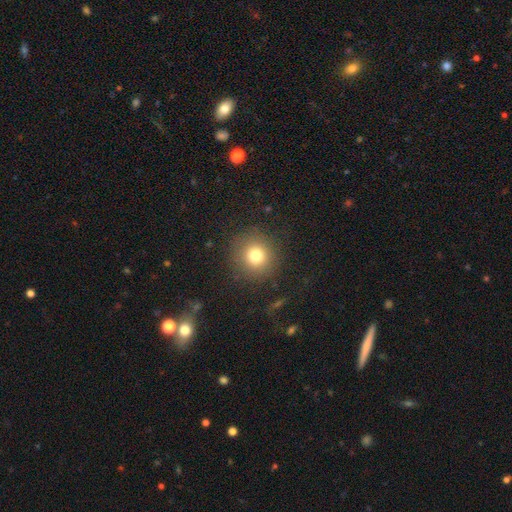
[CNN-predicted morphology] Smooth or featured?
  - smooth: 77% *
  - star or artifact: 14%
  - featured or disk: 9%
How rounded?
  - round: 93% *
  - in between: 6%
  - cigar-shaped: 1%
Merging?
  - none: 88% *
  - minor disturbance: 7%
  - major disturbance: 4%
  - merger: 1%